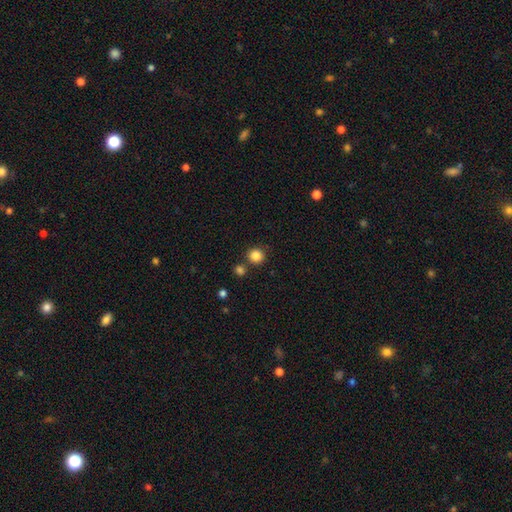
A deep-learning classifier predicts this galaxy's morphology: Q: Smooth or featured?
A: smooth (85%); runner-up: star or artifact (11%)
Q: How rounded?
A: round (92%); runner-up: in between (7%)
Q: Merging?
A: none (80%); runner-up: merger (10%)